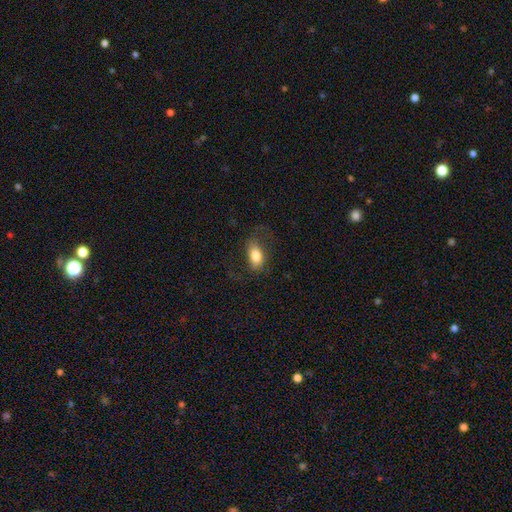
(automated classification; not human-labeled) Overall: smooth (72%). How rounded: in between (89%). Merging: none (60%).